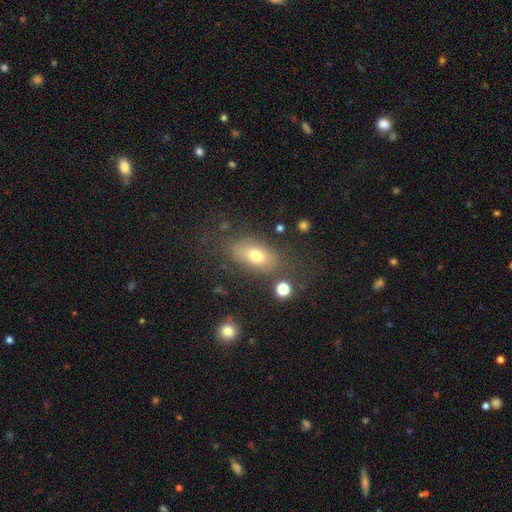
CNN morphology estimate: Q: Smooth or featured?
A: smooth (69%); runner-up: featured or disk (20%)
Q: How rounded?
A: in between (85%); runner-up: round (10%)
Q: Merging?
A: none (69%); runner-up: minor disturbance (17%)